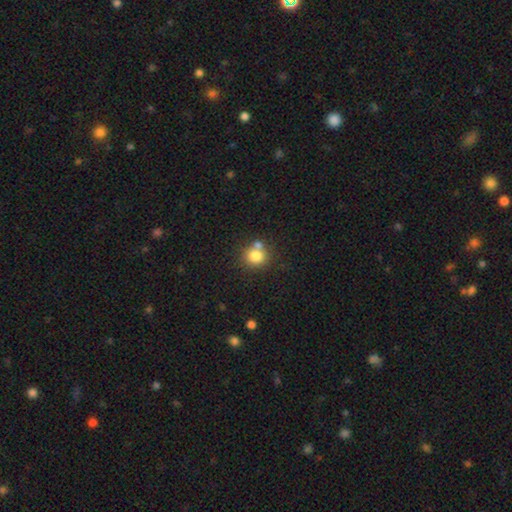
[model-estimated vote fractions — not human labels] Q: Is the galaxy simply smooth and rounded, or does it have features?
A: smooth — 80%.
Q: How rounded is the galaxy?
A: round — 84%.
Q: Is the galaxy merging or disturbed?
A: none — 61%.